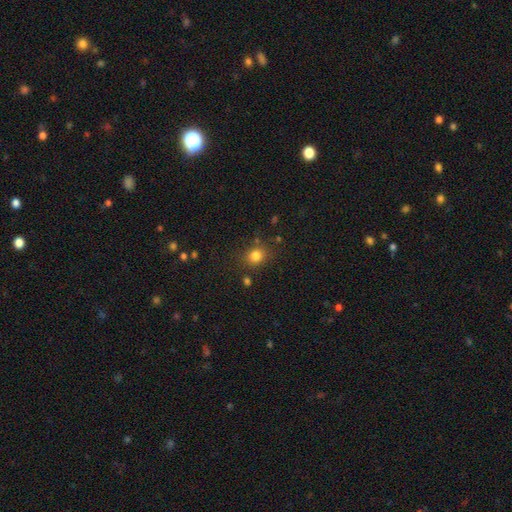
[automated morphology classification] This appears to be a smooth galaxy with no disk features (81%) that is round (72%). Merging: none (79%).